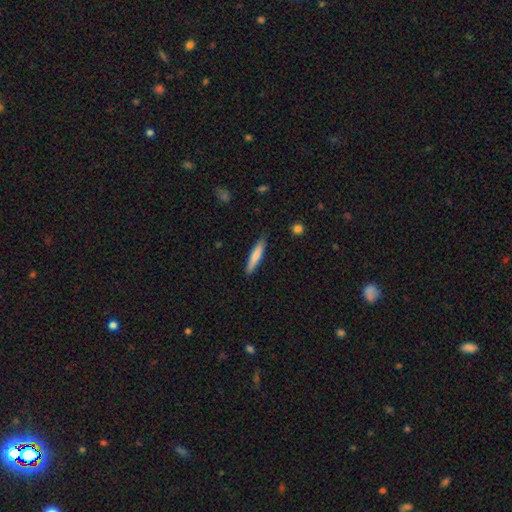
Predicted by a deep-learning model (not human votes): A smooth galaxy with no disk features (76%) that is cigar-shaped (90%).

Vote fractions:
- Smooth or featured? smooth: 76% / featured or disk: 19% / star or artifact: 6%
- How rounded? cigar-shaped: 90% / in between: 9% / round: 1%
- Merging? none: 86% / minor disturbance: 11% / major disturbance: 2% / merger: 1%